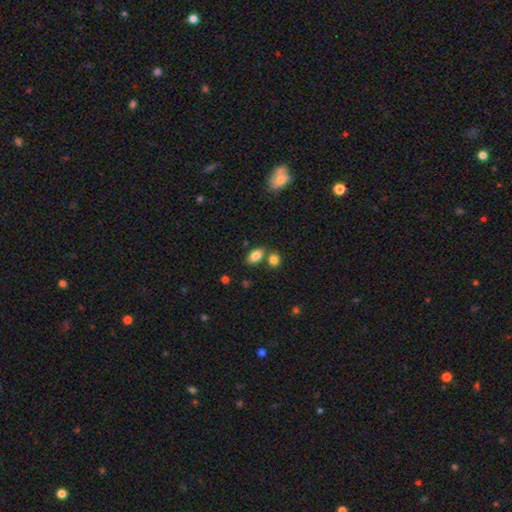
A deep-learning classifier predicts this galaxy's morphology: smooth 85%, star or artifact 9%, featured or disk 6%. Down the decision tree: how rounded — in between (88%); merging — none (63%).